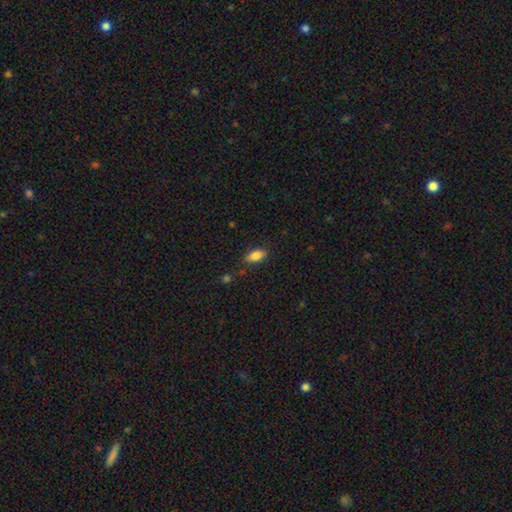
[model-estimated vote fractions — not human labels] A smooth galaxy with no disk features (83%) that is in between round and cigar-shaped (86%).

Vote fractions:
- Smooth or featured? smooth: 83% / featured or disk: 9% / star or artifact: 8%
- How rounded? in between: 86% / cigar-shaped: 11% / round: 3%
- Merging? none: 83% / minor disturbance: 12% / major disturbance: 3% / merger: 2%